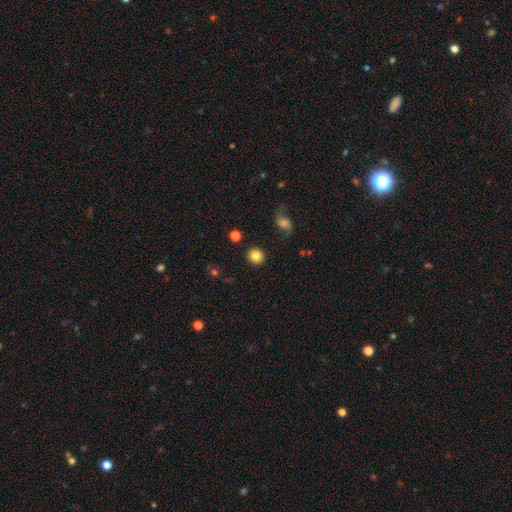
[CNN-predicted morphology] This is clearly a smooth galaxy (82%). How rounded: clearly round (84%). Merging: clearly none (89%).